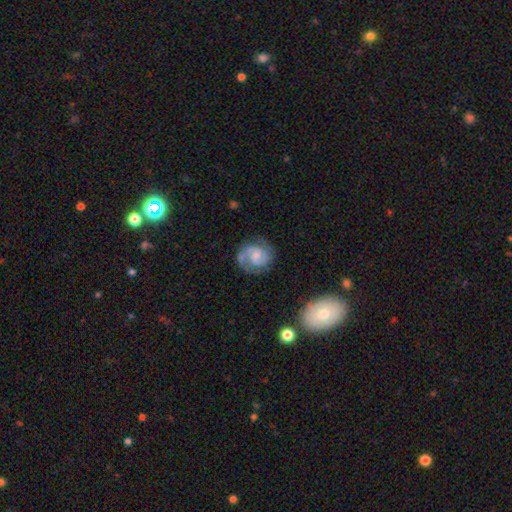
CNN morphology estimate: The model was most divided on "bar": weak: 47%, no: 45%, strong: 8%. Remaining: edge-on disk — no (98%); spiral arms — yes (97%); spiral arm count — 2 (85%); smooth or featured — featured or disk (83%); merging — none (76%); spiral winding — medium (51%); bulge size — small (48%).